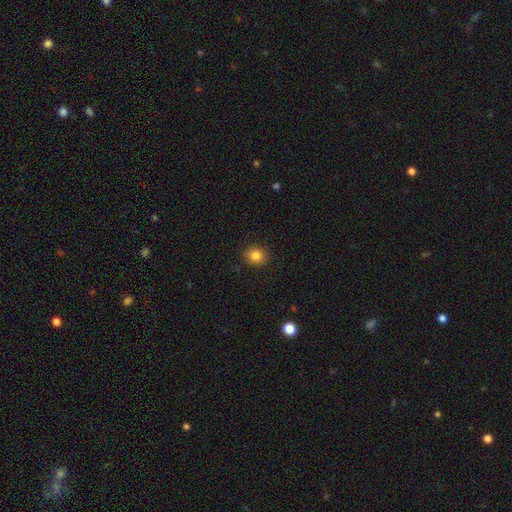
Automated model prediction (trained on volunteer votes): A smooth galaxy with no disk features (83%) that is round (71%). Merging: none (89%).